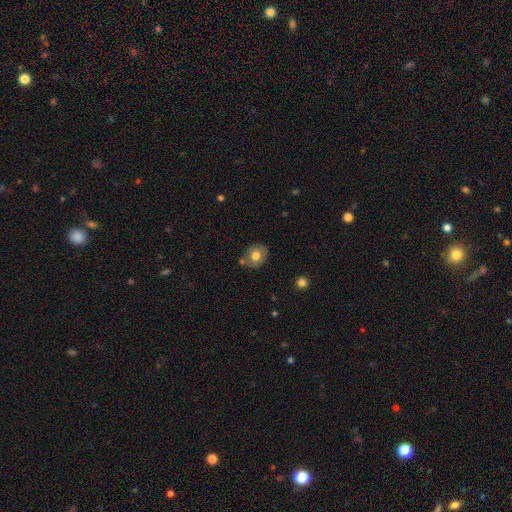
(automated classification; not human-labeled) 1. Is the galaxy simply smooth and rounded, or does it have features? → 71% smooth, 20% featured or disk, 9% star or artifact.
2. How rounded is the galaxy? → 67% round, 32% in between, 1% cigar-shaped.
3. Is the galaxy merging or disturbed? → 74% none, 15% minor disturbance, 7% merger, 3% major disturbance.